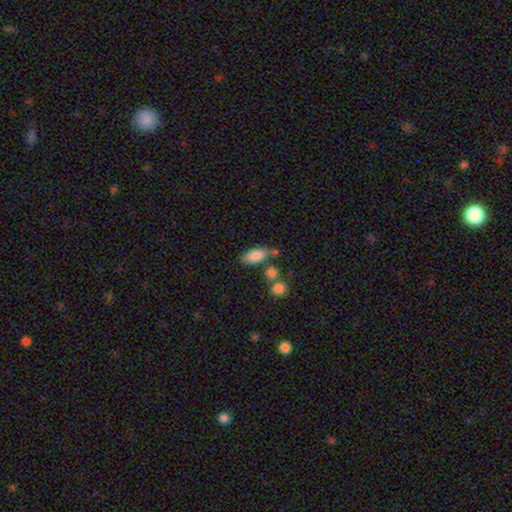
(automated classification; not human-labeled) Morphology: type=smooth (82%); roundness=in between (86%); merging=none (57%).